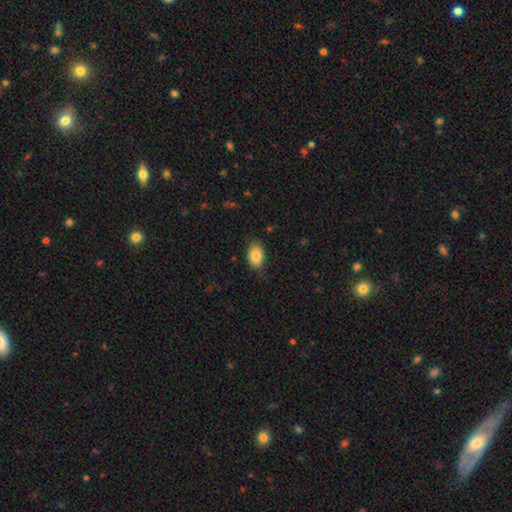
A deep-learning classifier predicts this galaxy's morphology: smooth_or_featured: smooth (p=0.85) [alt: featured or disk p=0.07]
how_rounded: in between (p=0.90) [alt: round p=0.09]
merging: none (p=0.80) [alt: minor disturbance p=0.16]